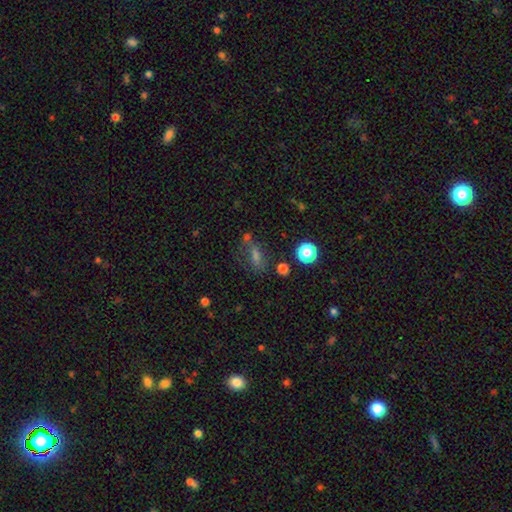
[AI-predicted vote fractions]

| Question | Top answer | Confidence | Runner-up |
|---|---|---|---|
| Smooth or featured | smooth | 55% | star or artifact (25%) |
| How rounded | in between | 57% | cigar-shaped (25%) |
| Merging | none | 60% | minor disturbance (18%) |